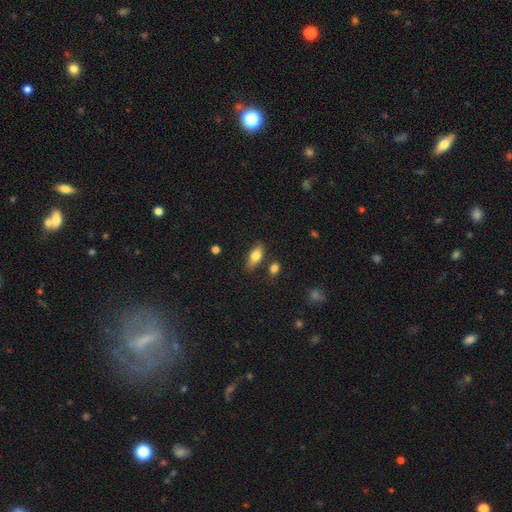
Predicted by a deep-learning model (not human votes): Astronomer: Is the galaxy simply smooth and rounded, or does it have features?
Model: smooth — 75%.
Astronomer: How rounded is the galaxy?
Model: in between — 80%.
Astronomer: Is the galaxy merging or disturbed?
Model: none — 77%.